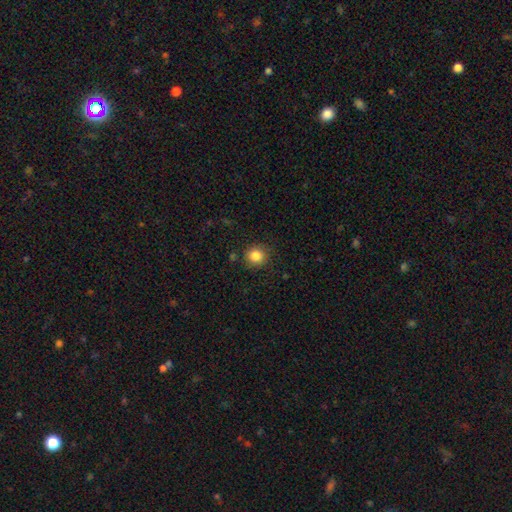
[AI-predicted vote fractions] A smooth galaxy with no disk features (85%) that is round (90%). Merging: none (87%).